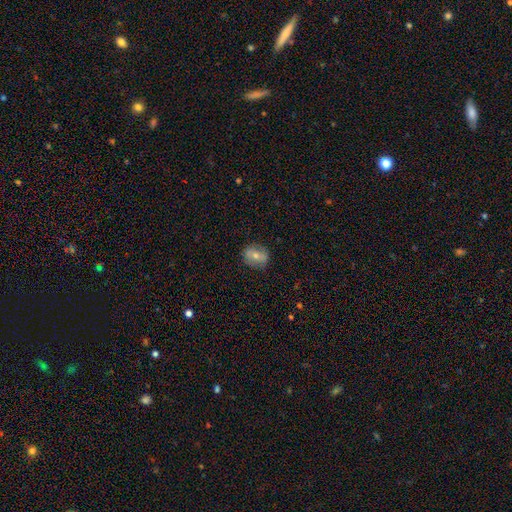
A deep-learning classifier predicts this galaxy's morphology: smooth_or_featured: smooth (p=0.58) [alt: featured or disk p=0.33]
how_rounded: round (p=0.58) [alt: in between p=0.41]
merging: none (p=0.81) [alt: minor disturbance p=0.14]